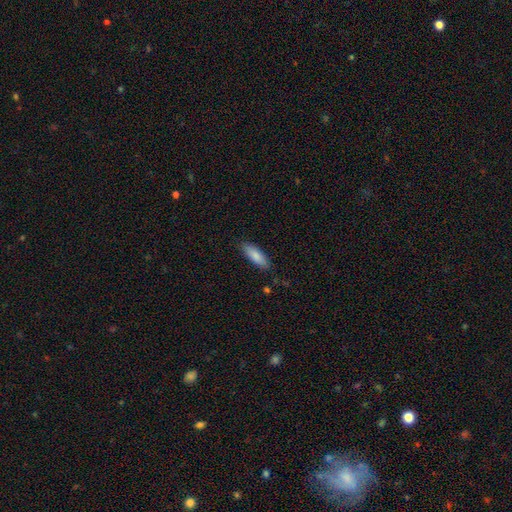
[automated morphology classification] Smooth or featured? Predicted: smooth (p=0.84). How rounded? Predicted: in between (p=0.59). Merging? Predicted: none (p=0.85).